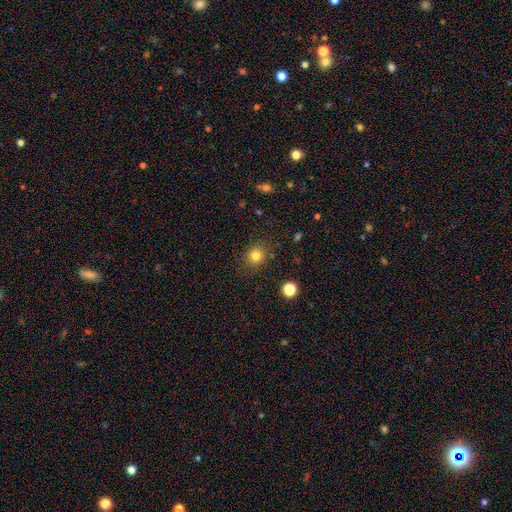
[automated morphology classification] Overall: smooth (81%). How rounded: round (81%). Merging: none (85%).